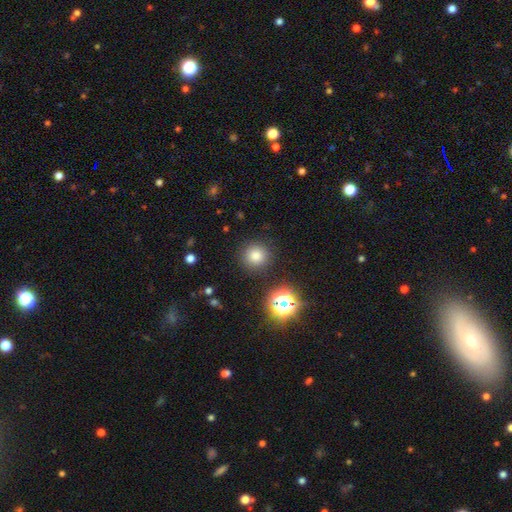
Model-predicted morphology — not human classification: smooth_or_featured: smooth (p=0.78) [alt: star or artifact p=0.17]
how_rounded: round (p=0.93) [alt: in between p=0.06]
merging: none (p=0.89) [alt: minor disturbance p=0.06]